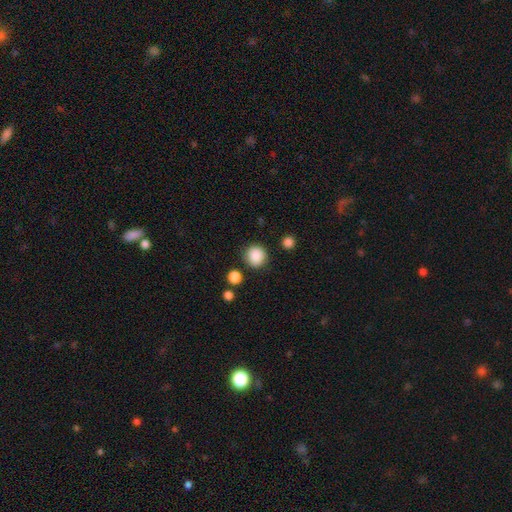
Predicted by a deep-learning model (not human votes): smooth_or_featured: smooth (p=0.88) [alt: star or artifact p=0.09]
how_rounded: round (p=0.90) [alt: in between p=0.09]
merging: none (p=0.85) [alt: minor disturbance p=0.09]